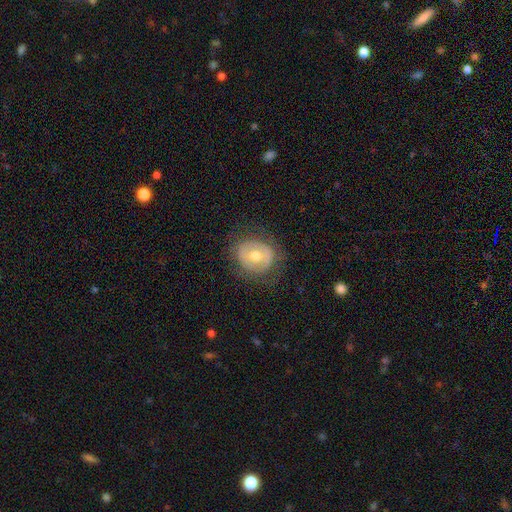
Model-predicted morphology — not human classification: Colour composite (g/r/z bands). It shows a featured or disk galaxy (52%). Merging: none (74%).